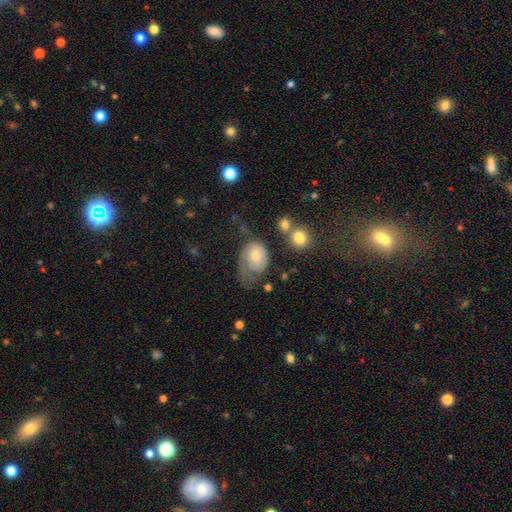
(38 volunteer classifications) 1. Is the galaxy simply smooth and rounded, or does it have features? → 63% smooth, 34% featured or disk, 3% star or artifact.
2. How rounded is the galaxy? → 88% in between, 12% round, 0% cigar-shaped.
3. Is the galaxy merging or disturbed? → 70% major disturbance, 16% minor disturbance, 14% none, 0% merger.